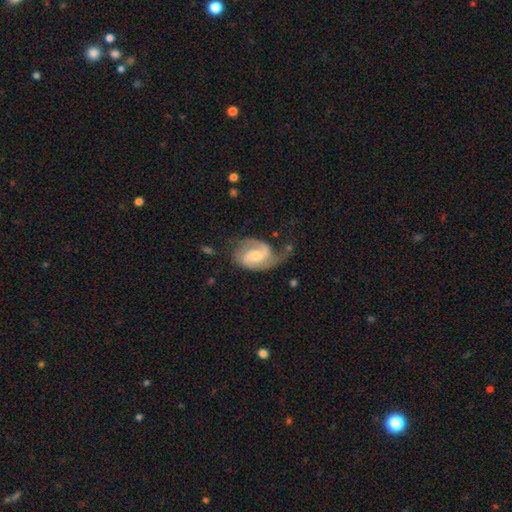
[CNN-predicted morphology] Smooth or featured?
  - featured or disk: 85% *
  - smooth: 10%
  - star or artifact: 5%
Edge-on disk?
  - no: 98% *
  - yes: 2%
Bar?
  - no: 52% *
  - weak: 40%
  - strong: 8%
Spiral arms?
  - yes: 97% *
  - no: 3%
Spiral winding?
  - medium: 51% *
  - tight: 30%
  - loose: 19%
Spiral arm count?
  - 2: 85% *
  - 1: 6%
  - can't tell: 4%
  - 3: 2%
  - 4: 1%
  - more than 4: 1%
Bulge size?
  - moderate: 51% *
  - small: 39%
  - large: 5%
  - none: 4%
  - dominant: 1%
Merging?
  - none: 48% *
  - minor disturbance: 29%
  - major disturbance: 20%
  - merger: 3%